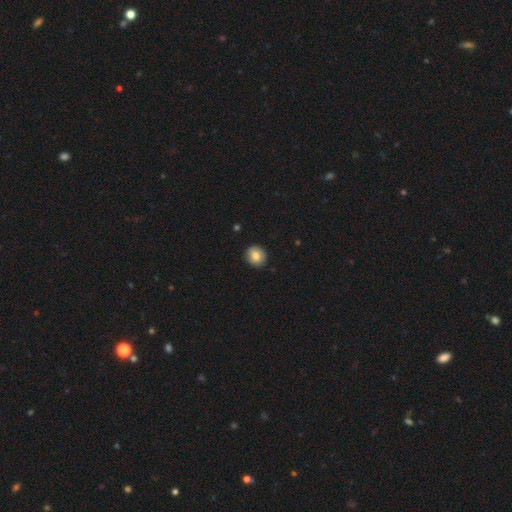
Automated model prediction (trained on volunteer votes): Smooth or featured?
  - smooth: 80% *
  - featured or disk: 12%
  - star or artifact: 8%
How rounded?
  - round: 80% *
  - in between: 19%
  - cigar-shaped: 1%
Merging?
  - none: 89% *
  - minor disturbance: 8%
  - major disturbance: 2%
  - merger: 1%